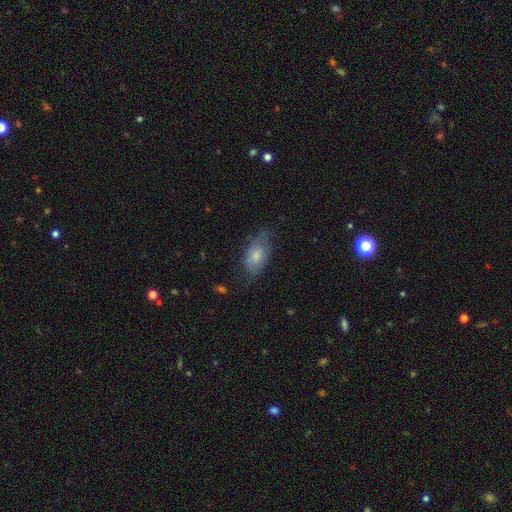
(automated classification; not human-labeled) Morphology: type=smooth (64%); roundness=in between (91%); merging=none (56%).